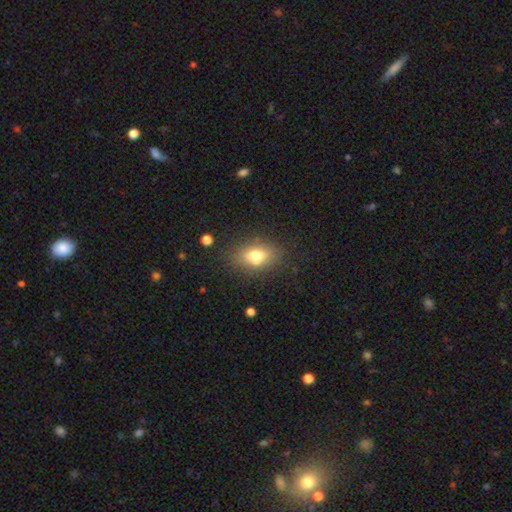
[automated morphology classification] smooth 67%, featured or disk 21%, star or artifact 12%. Down the decision tree: how rounded — in between (78%); merging — none (61%).